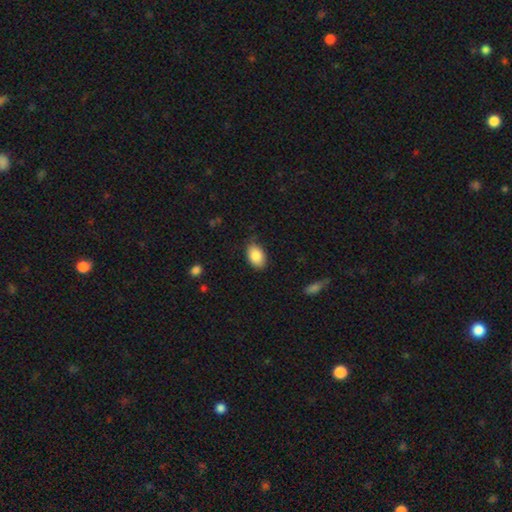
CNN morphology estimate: smooth-or-featured: smooth: 86% | star or artifact: 7% | featured or disk: 7%
  how-rounded: in between: 88% | round: 11% | cigar-shaped: 1%
  merging: none: 82% | minor disturbance: 15% | major disturbance: 3% | merger: 1%